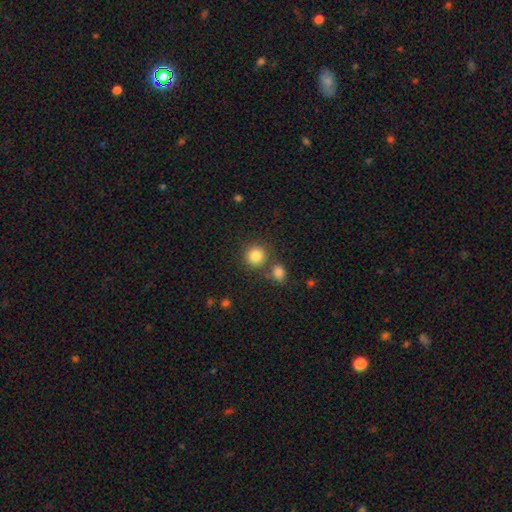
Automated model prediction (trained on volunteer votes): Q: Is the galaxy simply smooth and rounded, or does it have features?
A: smooth — 84%.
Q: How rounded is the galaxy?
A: round — 90%.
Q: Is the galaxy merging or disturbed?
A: none — 74%.